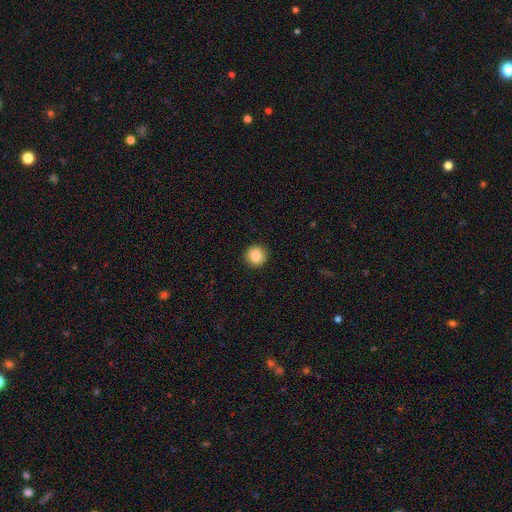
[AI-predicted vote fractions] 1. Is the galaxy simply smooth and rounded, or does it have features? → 86% smooth, 9% star or artifact, 5% featured or disk.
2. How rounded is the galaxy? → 93% round, 6% in between, 1% cigar-shaped.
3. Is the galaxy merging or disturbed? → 91% none, 7% minor disturbance, 2% major disturbance, 1% merger.